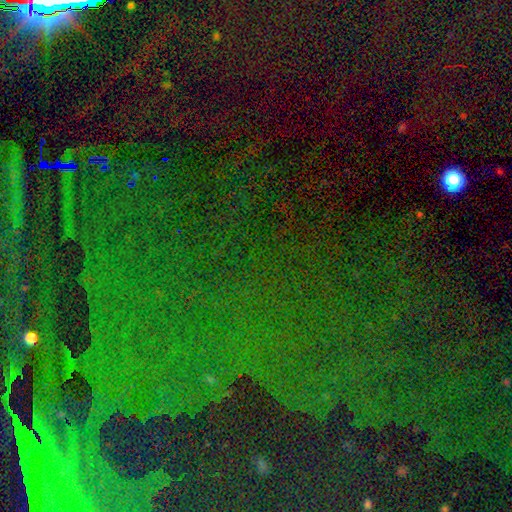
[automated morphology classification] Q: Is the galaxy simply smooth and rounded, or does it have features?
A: star or artifact — 81%.